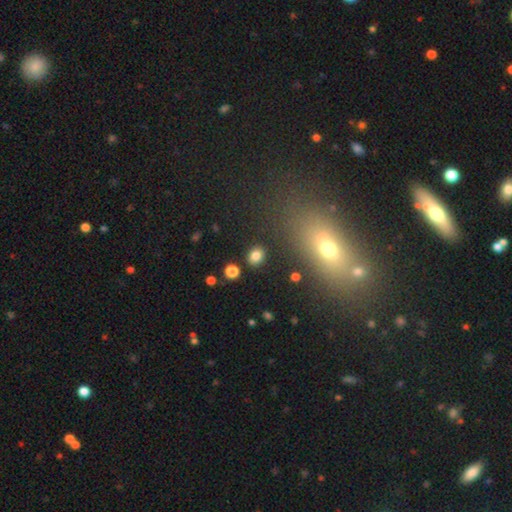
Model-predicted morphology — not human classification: smooth-or-featured: smooth: 83% | star or artifact: 12% | featured or disk: 6%
  how-rounded: round: 52% | in between: 46% | cigar-shaped: 1%
  merging: none: 88% | minor disturbance: 7% | merger: 3% | major disturbance: 3%